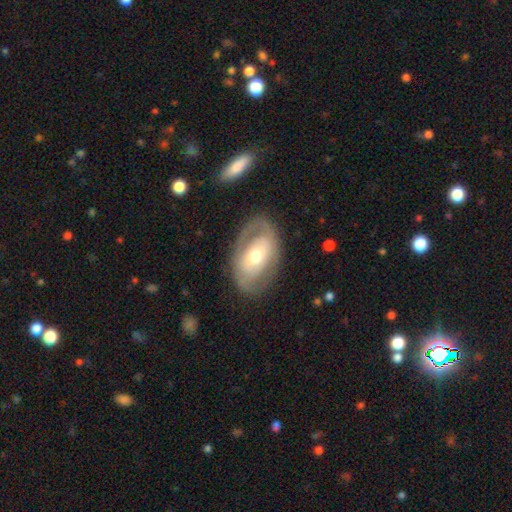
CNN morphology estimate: This is likely a featured or disk galaxy (64%). It is clearly not viewed edge-on (93%). Bar: possibly no (55%). Spiral arm pattern: possibly yes (52%). Central bulge: likely moderate (66%). Merging: likely none (74%).